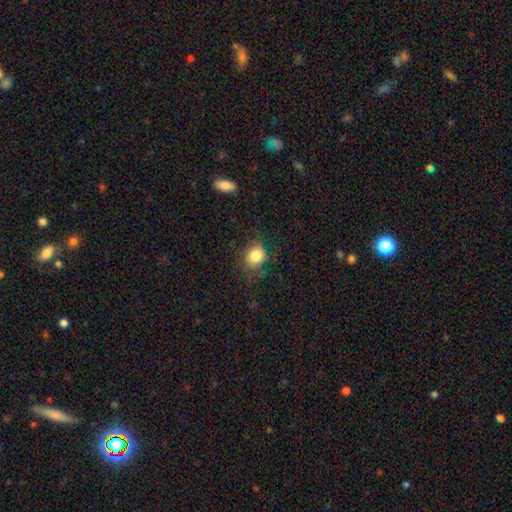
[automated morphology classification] Smooth or featured?
  - smooth: 81% *
  - star or artifact: 10%
  - featured or disk: 8%
How rounded?
  - round: 67% *
  - in between: 32%
  - cigar-shaped: 1%
Merging?
  - none: 73% *
  - minor disturbance: 18%
  - major disturbance: 7%
  - merger: 1%